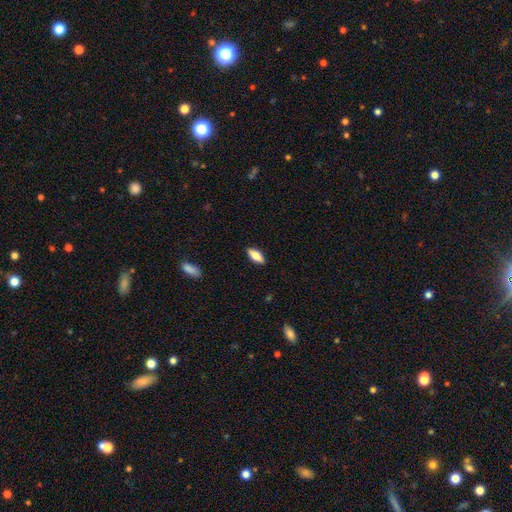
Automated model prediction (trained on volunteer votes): This is likely a smooth galaxy (70%). How rounded: likely in between (74%). Merging: clearly none (88%).